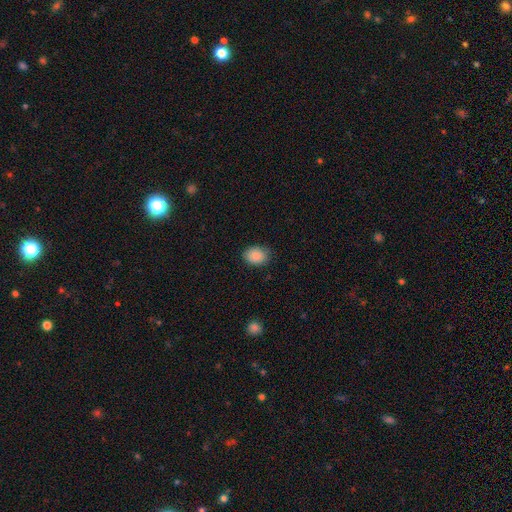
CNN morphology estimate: Smooth or featured? smooth (87%)
How rounded? in between (64%)
Merging? none (82%)